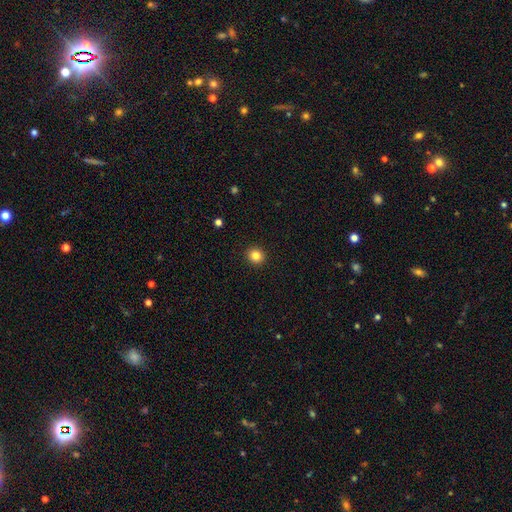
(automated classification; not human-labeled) A smooth galaxy with no disk features (83%) that is round (90%). Merging: none (93%).